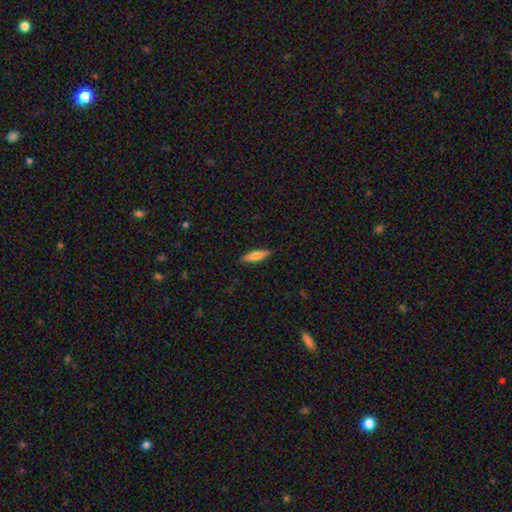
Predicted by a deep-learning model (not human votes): smooth 68%, featured or disk 26%, star or artifact 6%. Down the decision tree: how rounded — cigar-shaped (63%); merging — none (88%).